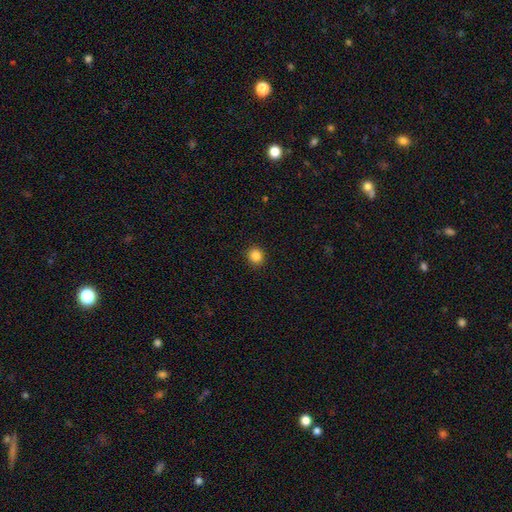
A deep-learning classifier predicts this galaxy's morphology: Smooth or featured? Predicted: smooth (p=0.86). How rounded? Predicted: round (p=0.90). Merging? Predicted: none (p=0.92).